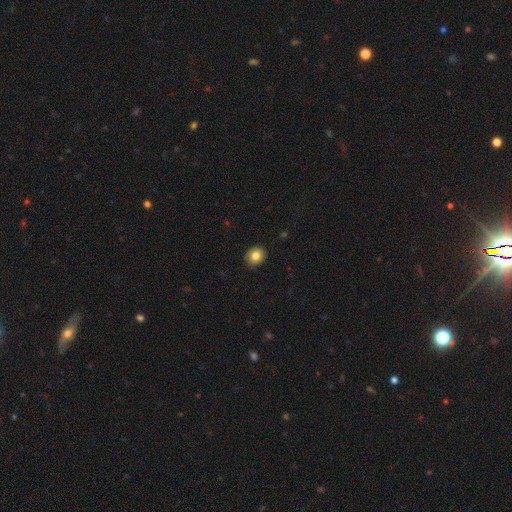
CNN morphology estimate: type=smooth (82%); roundness=round (72%); merging=none (88%).